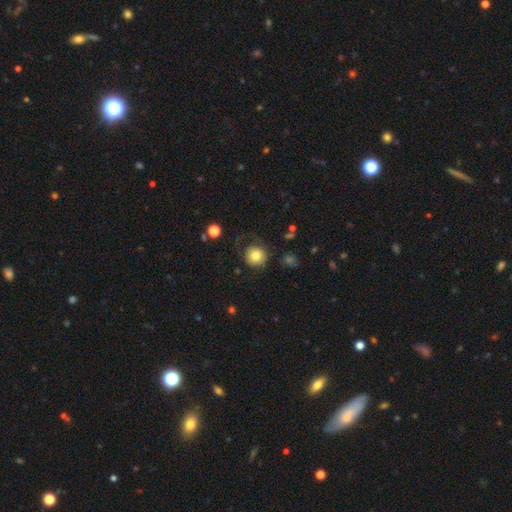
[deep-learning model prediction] Morphology: type=smooth (79%); roundness=round (93%); merging=none (69%).